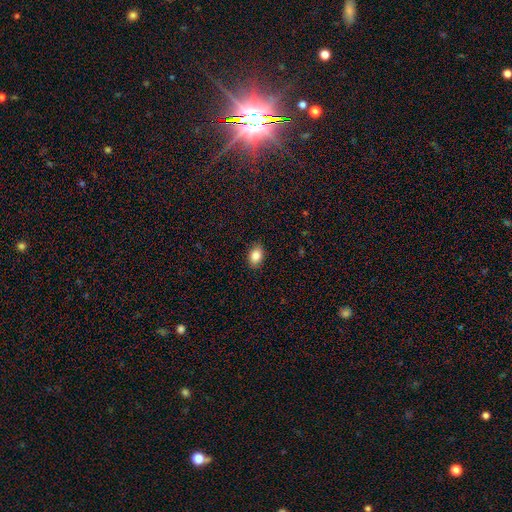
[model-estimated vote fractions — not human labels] Smooth or featured? Predicted: smooth (p=0.87). How rounded? Predicted: in between (p=0.83). Merging? Predicted: none (p=0.86).